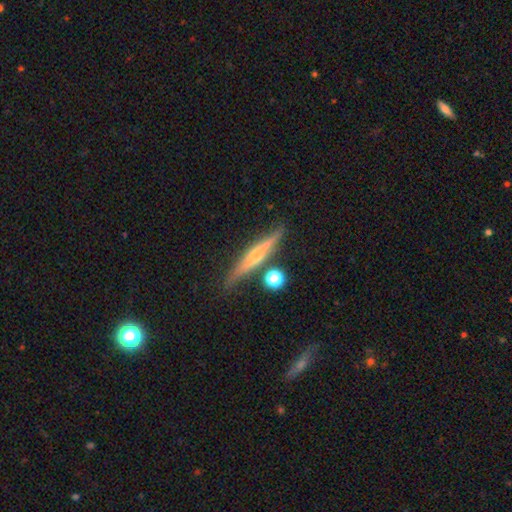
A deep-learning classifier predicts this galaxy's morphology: Smooth or featured?
  - featured or disk: 65% *
  - smooth: 27%
  - star or artifact: 8%
Edge-on disk?
  - yes: 95% *
  - no: 5%
Edge-on bulge?
  - rounded: 81% *
  - none: 13%
  - boxy: 7%
Merging?
  - none: 78% *
  - minor disturbance: 12%
  - merger: 7%
  - major disturbance: 3%